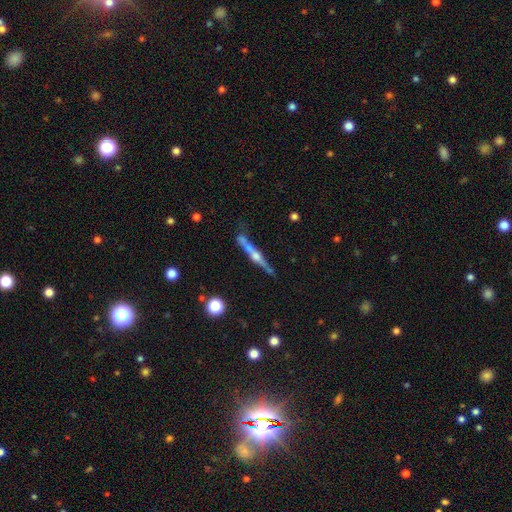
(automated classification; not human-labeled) Smooth or featured? Predicted: featured or disk (p=0.70). Edge-on disk? Predicted: yes (p=0.94). Edge-on bulge? Predicted: rounded (p=0.80). Merging? Predicted: none (p=0.61).